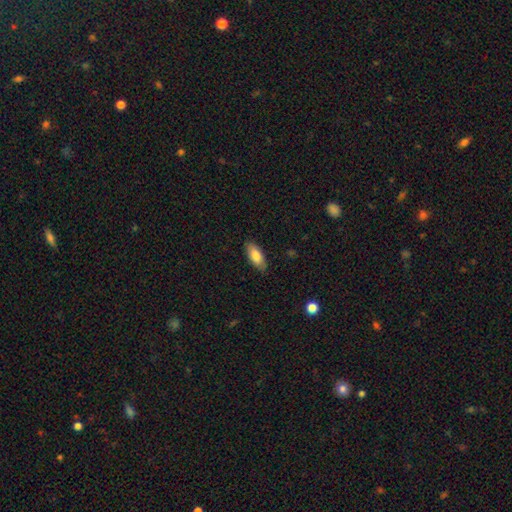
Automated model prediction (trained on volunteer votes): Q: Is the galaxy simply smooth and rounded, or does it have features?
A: smooth — 82%.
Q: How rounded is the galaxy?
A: in between — 83%.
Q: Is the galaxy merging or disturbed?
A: none — 87%.